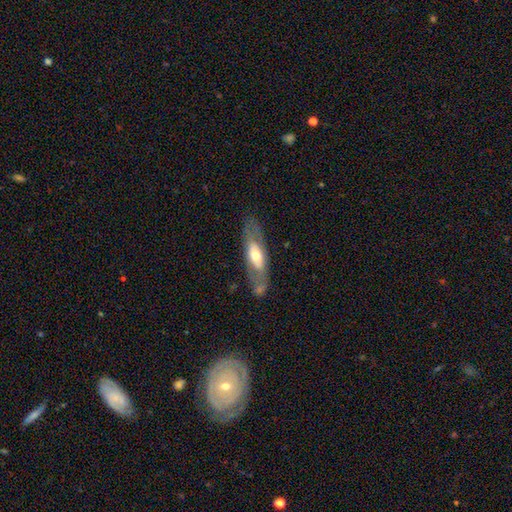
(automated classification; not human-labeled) Smooth or featured? Predicted: featured or disk (p=0.54). Edge-on disk? Predicted: no (p=0.67). Merging? Predicted: none (p=0.70).